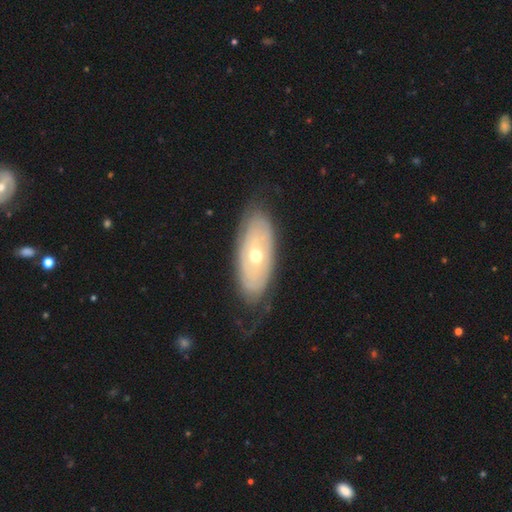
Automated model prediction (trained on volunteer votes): Smooth or featured?
  - featured or disk: 64% *
  - smooth: 30%
  - star or artifact: 6%
Edge-on disk?
  - no: 86% *
  - yes: 14%
Bar?
  - no: 90% *
  - weak: 7%
  - strong: 2%
Spiral arms?
  - no: 55% *
  - yes: 45%
Bulge size?
  - moderate: 62% *
  - small: 33%
  - large: 3%
  - dominant: 1%
  - none: 1%
Merging?
  - none: 73% *
  - minor disturbance: 18%
  - major disturbance: 8%
  - merger: 1%